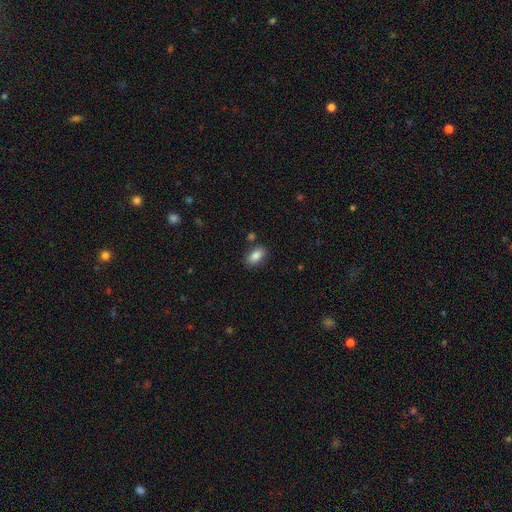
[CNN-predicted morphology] Smooth or featured?
  - smooth: 86% *
  - star or artifact: 8%
  - featured or disk: 7%
How rounded?
  - in between: 91% *
  - round: 6%
  - cigar-shaped: 3%
Merging?
  - none: 83% *
  - minor disturbance: 11%
  - merger: 4%
  - major disturbance: 3%